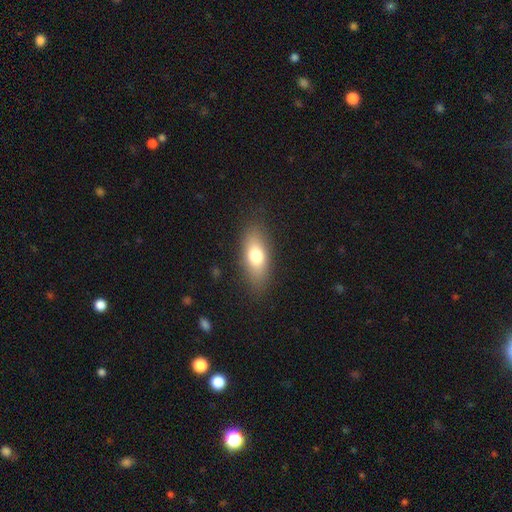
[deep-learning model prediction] Morphology: type=smooth (72%); roundness=in between (77%); merging=none (84%).